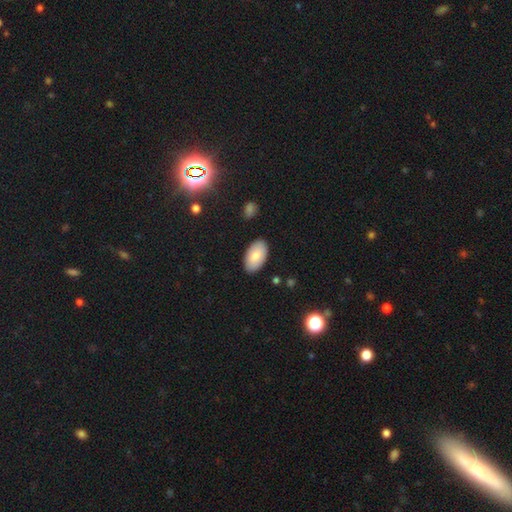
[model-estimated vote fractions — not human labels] smooth_or_featured: smooth (p=0.81) [alt: featured or disk p=0.13]
how_rounded: in between (p=0.95) [alt: round p=0.03]
merging: none (p=0.87) [alt: minor disturbance p=0.10]